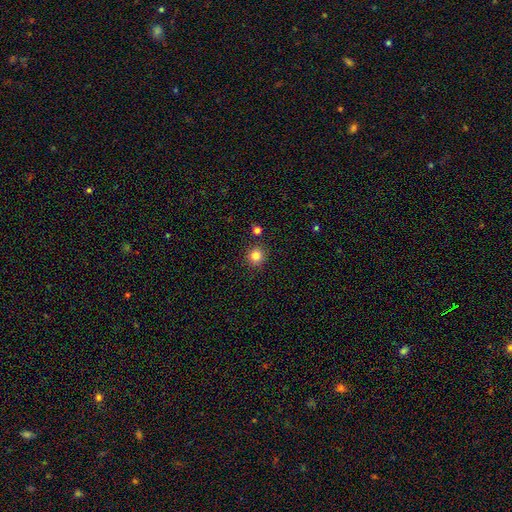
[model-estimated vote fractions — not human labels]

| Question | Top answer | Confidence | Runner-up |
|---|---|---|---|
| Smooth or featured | smooth | 84% | star or artifact (12%) |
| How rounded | round | 92% | in between (7%) |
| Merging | none | 87% | minor disturbance (7%) |